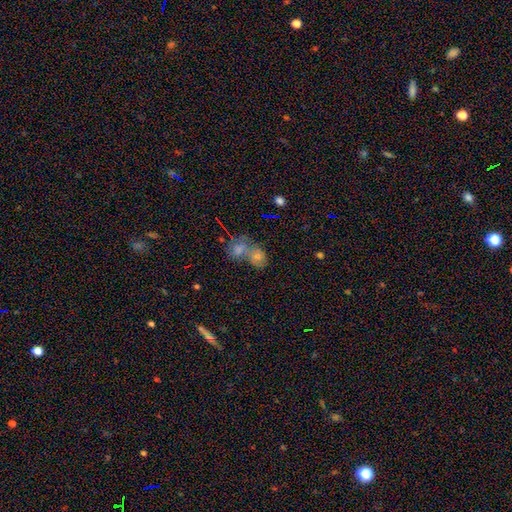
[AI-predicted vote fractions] Morphology: type=smooth (57%); roundness=in between (58%); merging=merger (61%).